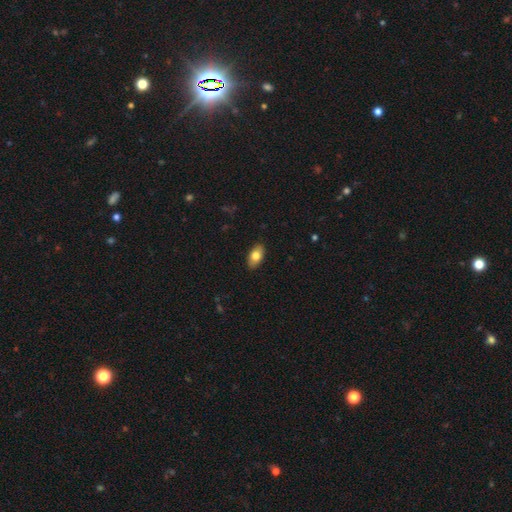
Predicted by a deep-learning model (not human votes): The model was most divided on "smooth or featured": smooth: 79%, featured or disk: 14%, star or artifact: 7%. More confident: how rounded — in between (92%); merging — none (88%).